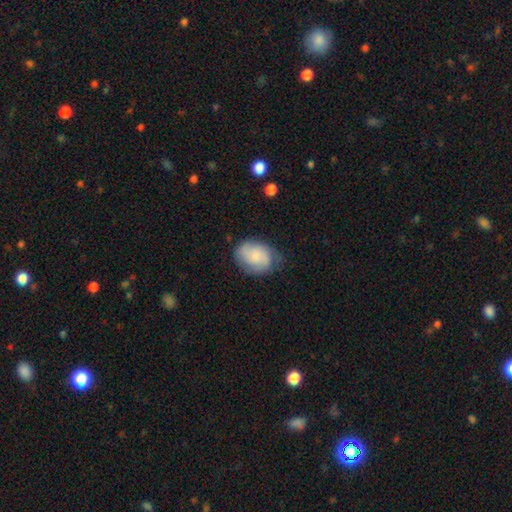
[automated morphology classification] A smooth galaxy with no disk features (65%) that is in between round and cigar-shaped (63%). Merging: none (61%).